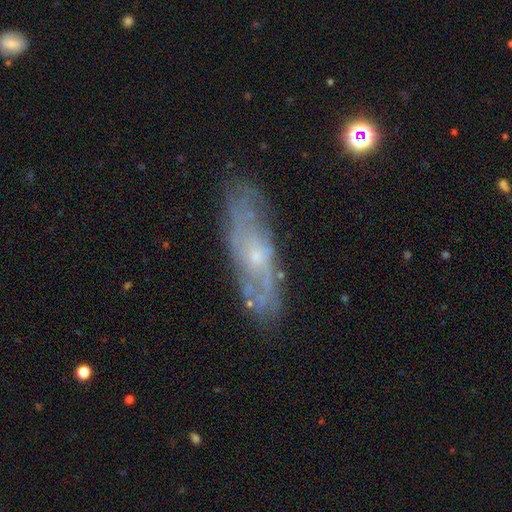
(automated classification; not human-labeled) Smooth or featured?
  - featured or disk: 73% *
  - smooth: 19%
  - star or artifact: 8%
Edge-on disk?
  - no: 77% *
  - yes: 23%
Bar?
  - no: 73% *
  - weak: 23%
  - strong: 4%
Spiral arms?
  - yes: 79% *
  - no: 21%
Bulge size?
  - small: 76% *
  - moderate: 18%
  - none: 4%
  - large: 1%
  - dominant: 1%
Merging?
  - none: 78% *
  - minor disturbance: 16%
  - major disturbance: 4%
  - merger: 2%